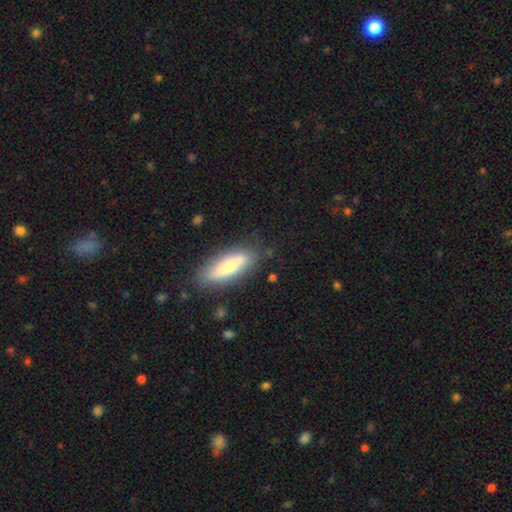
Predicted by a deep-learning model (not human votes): smooth 70%, featured or disk 19%, star or artifact 11%. Down the decision tree: how rounded — in between (49%, tied with cigar-shaped); merging — none (82%).